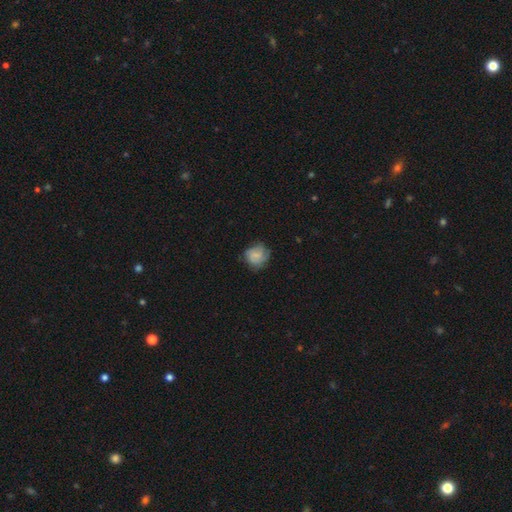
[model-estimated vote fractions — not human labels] Smooth or featured? Predicted: smooth (p=0.59). How rounded? Predicted: round (p=0.78). Merging? Predicted: none (p=0.65).